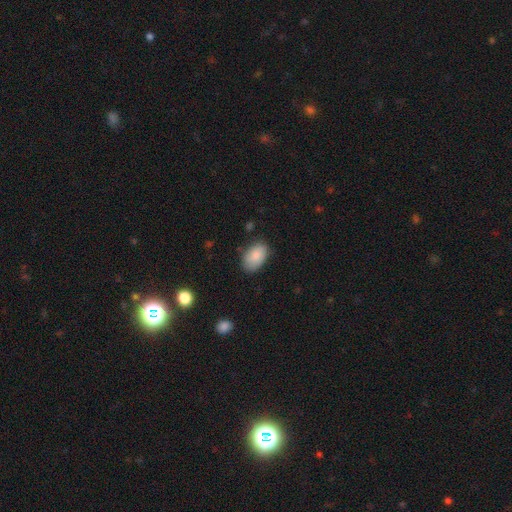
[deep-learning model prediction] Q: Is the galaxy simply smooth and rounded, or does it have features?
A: smooth — 86%.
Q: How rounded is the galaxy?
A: in between — 91%.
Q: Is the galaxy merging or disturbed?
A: none — 76%.